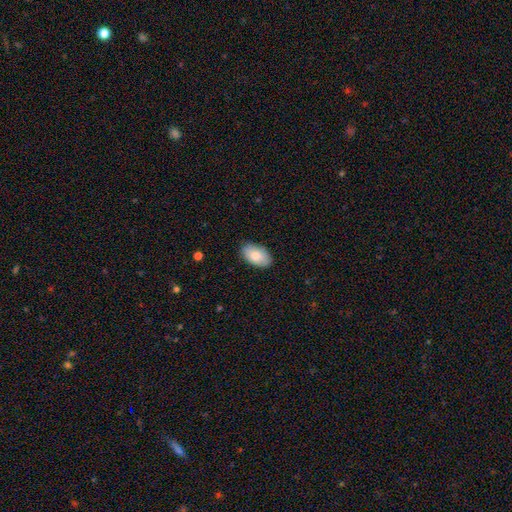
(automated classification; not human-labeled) Smooth or featured: smooth — 82% (featured or disk — 12%)
How rounded: in between — 94% (round — 4%)
Merging: none — 84% (minor disturbance — 13%)